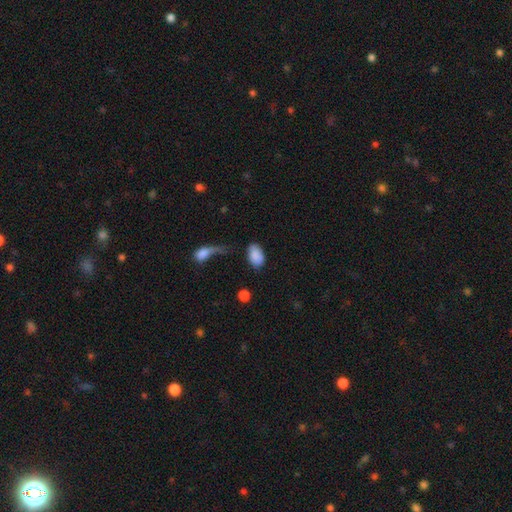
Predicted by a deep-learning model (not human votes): smooth-or-featured: smooth: 88% | star or artifact: 7% | featured or disk: 6%
  how-rounded: in between: 92% | round: 6% | cigar-shaped: 1%
  merging: none: 66% | minor disturbance: 17% | major disturbance: 9% | merger: 7%